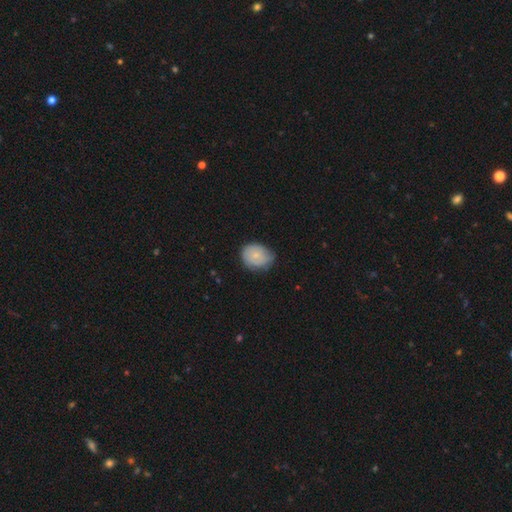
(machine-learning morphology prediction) Smooth or featured: smooth — 67% (featured or disk — 26%)
How rounded: round — 52% (in between — 47%)
Merging: none — 61% (minor disturbance — 31%)